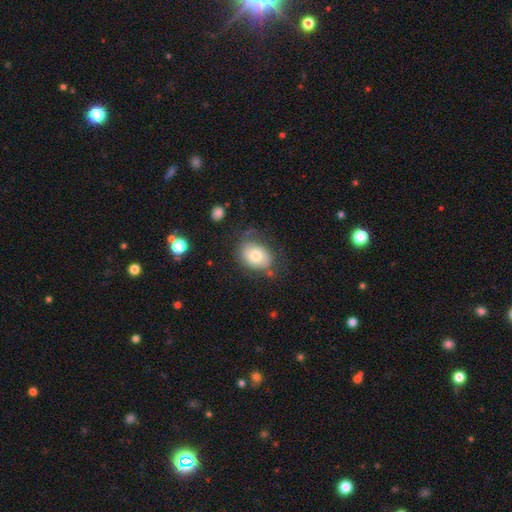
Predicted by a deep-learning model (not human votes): Smooth or featured? smooth (68%)
How rounded? in between (71%)
Merging? none (59%)